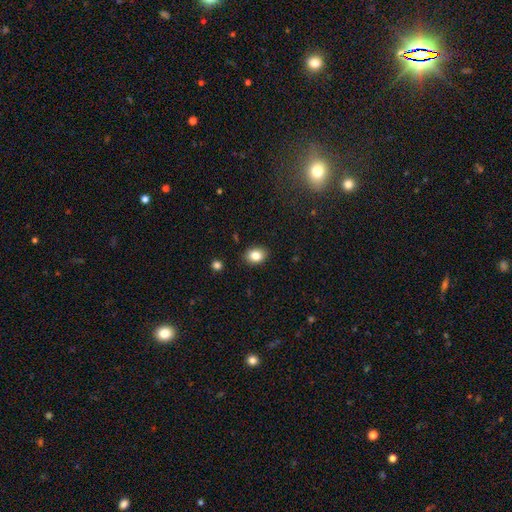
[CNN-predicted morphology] Smooth or featured: smooth — 84% (star or artifact — 9%)
How rounded: in between — 58% (round — 41%)
Merging: none — 88% (minor disturbance — 8%)